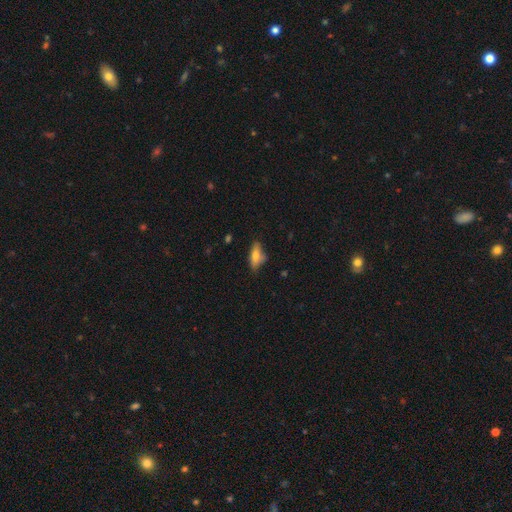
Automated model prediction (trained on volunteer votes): Smooth or featured? Predicted: smooth (p=0.71). How rounded? Predicted: in between (p=0.78). Merging? Predicted: none (p=0.58).